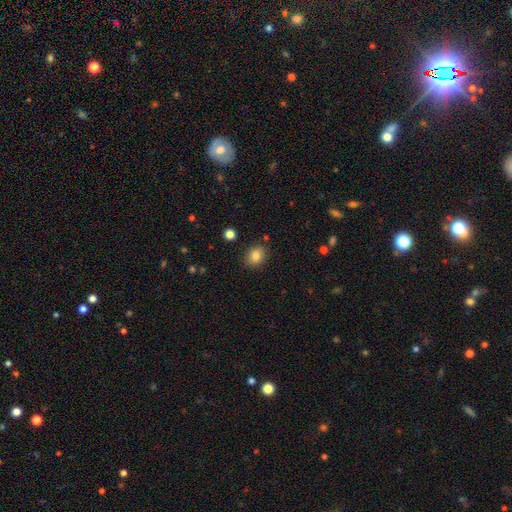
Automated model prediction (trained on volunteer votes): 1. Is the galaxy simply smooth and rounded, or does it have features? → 84% smooth, 10% star or artifact, 6% featured or disk.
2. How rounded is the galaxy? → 52% round, 47% in between, 1% cigar-shaped.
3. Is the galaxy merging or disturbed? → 86% none, 9% minor disturbance, 3% major disturbance, 2% merger.